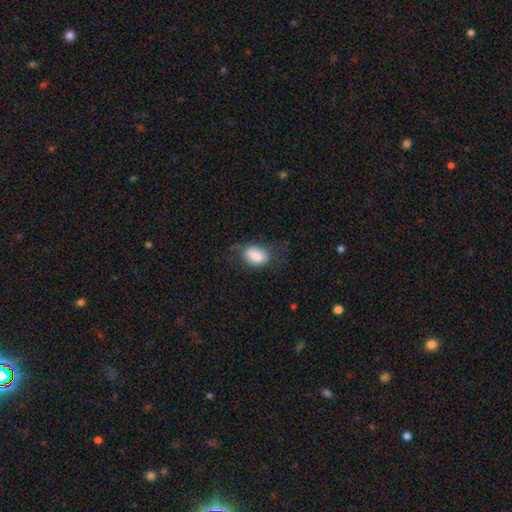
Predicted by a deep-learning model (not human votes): smooth-or-featured: smooth: 77% | featured or disk: 15% | star or artifact: 8%
  how-rounded: in between: 87% | round: 11% | cigar-shaped: 2%
  merging: none: 48% | minor disturbance: 28% | major disturbance: 22% | merger: 2%